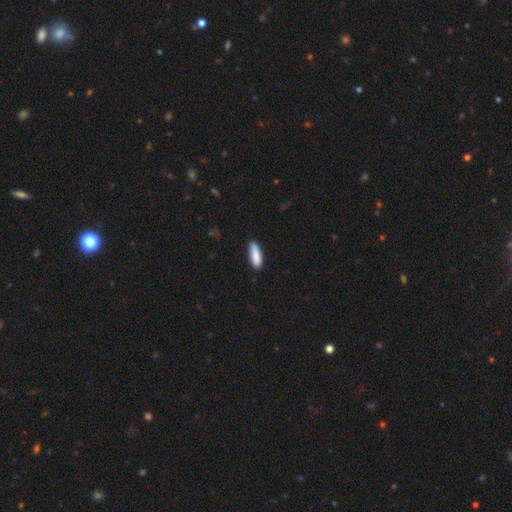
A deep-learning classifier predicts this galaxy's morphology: smooth 88%, featured or disk 6%, star or artifact 6%. Down the decision tree: how rounded — in between (54%); merging — none (84%).